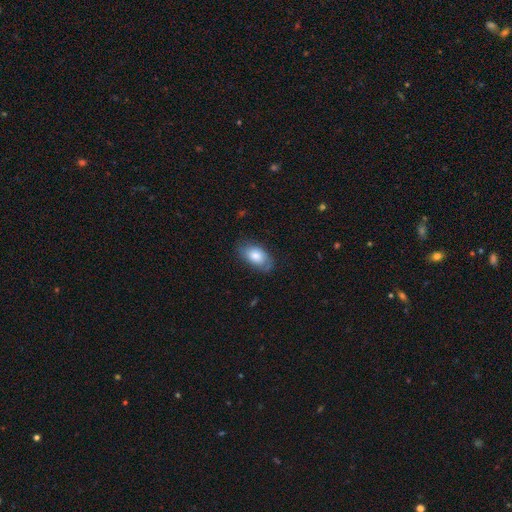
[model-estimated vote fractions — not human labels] Smooth or featured? smooth (76%)
How rounded? in between (93%)
Merging? none (75%)